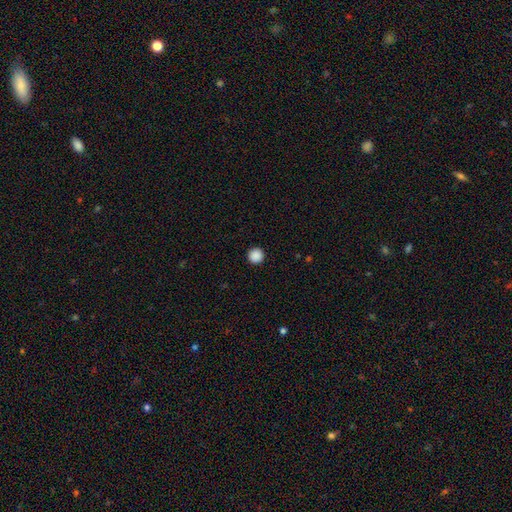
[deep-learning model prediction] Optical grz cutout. It shows a smooth galaxy with no disk features (89%) that is round (96%). Merging: none (94%).